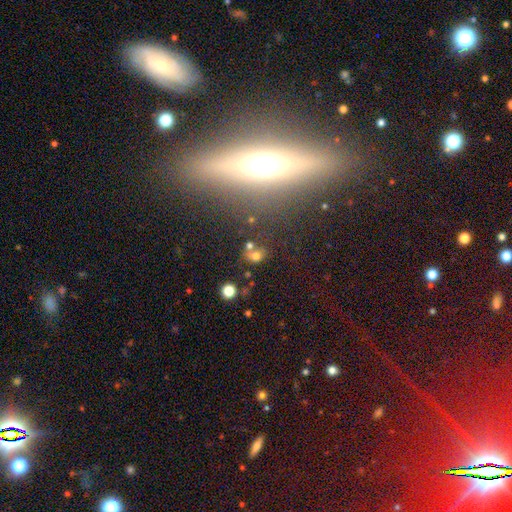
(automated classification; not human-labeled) Q: Smooth or featured?
A: smooth (70%); runner-up: star or artifact (18%)
Q: How rounded?
A: round (53%); runner-up: in between (46%)
Q: Merging?
A: none (52%); runner-up: merger (25%)